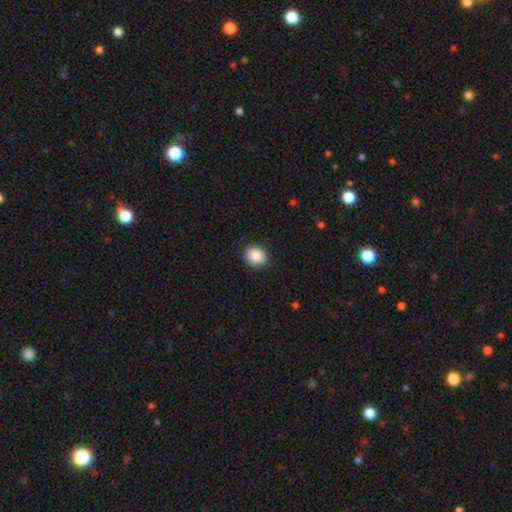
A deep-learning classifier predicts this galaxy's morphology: This is clearly a smooth galaxy (89%). How rounded: likely round (79%). Merging: clearly none (90%).